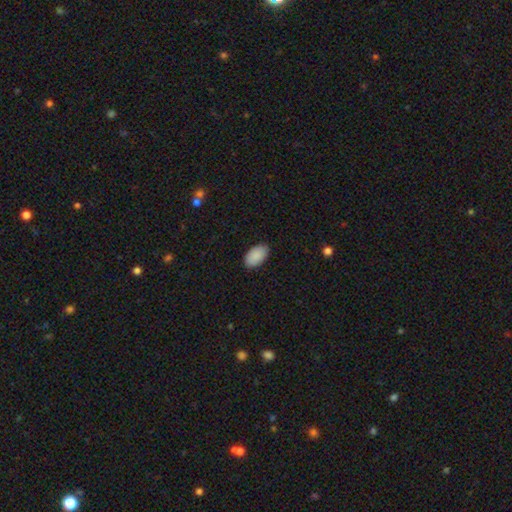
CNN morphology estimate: Smooth or featured? Predicted: smooth (p=0.90). How rounded? Predicted: in between (p=0.95). Merging? Predicted: none (p=0.86).